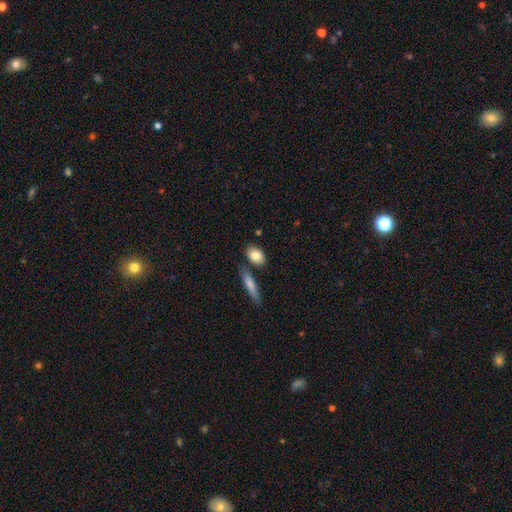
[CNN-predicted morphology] Smooth or featured: smooth — 83% (featured or disk — 10%)
How rounded: in between — 82% (round — 12%)
Merging: none — 72% (minor disturbance — 13%)